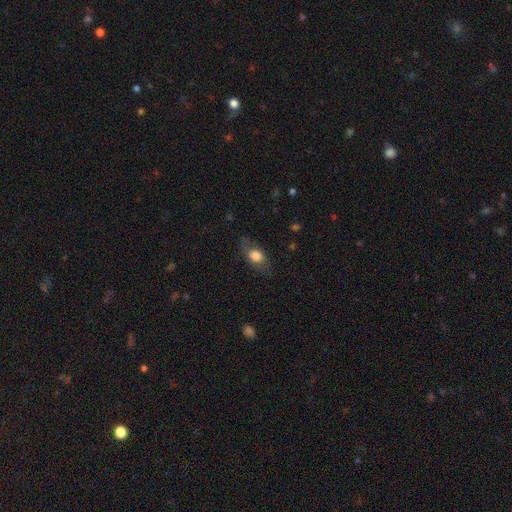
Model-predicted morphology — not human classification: Smooth or featured? smooth (68%)
How rounded? in between (76%)
Merging? none (71%)